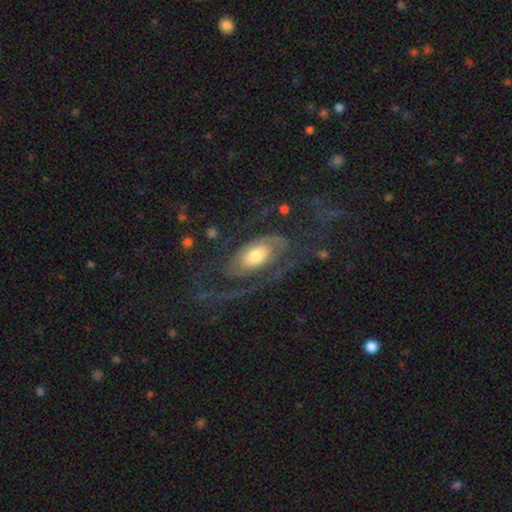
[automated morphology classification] This is likely a featured or disk galaxy (80%). It is clearly not viewed edge-on (94%). Bar: likely no (67%). Spiral arm pattern: clearly yes (90%). Spiral arm count: likely 2 (61%). Spiral winding: marginally medium (41%). Central bulge: possibly moderate (55%). Merging: possibly none (57%).